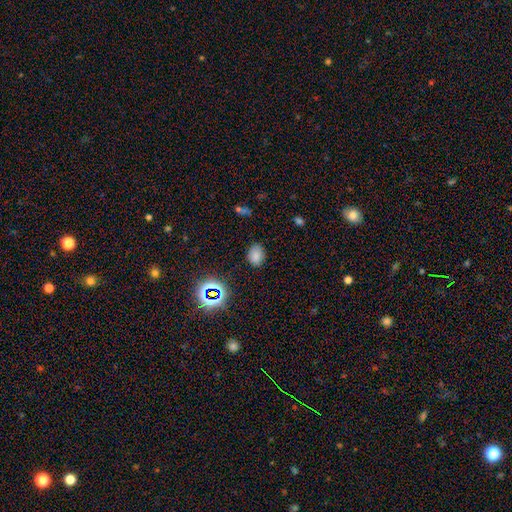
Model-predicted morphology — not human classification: A smooth galaxy with no disk features (74%) that is in between round and cigar-shaped (64%).

Vote fractions:
- Smooth or featured? smooth: 74% / star or artifact: 20% / featured or disk: 6%
- How rounded? in between: 64% / round: 35% / cigar-shaped: 1%
- Merging? none: 79% / minor disturbance: 15% / major disturbance: 4% / merger: 2%